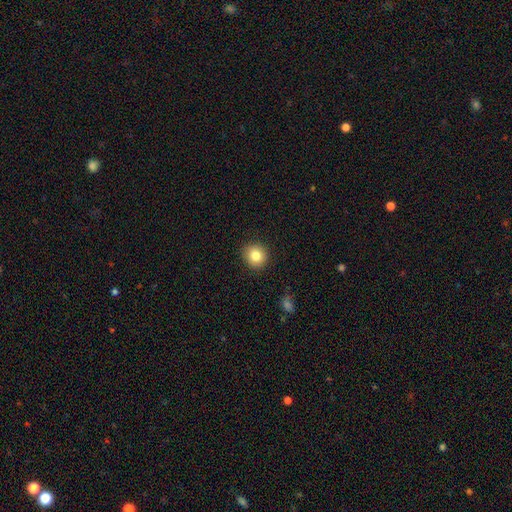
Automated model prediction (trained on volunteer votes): Smooth or featured: smooth — 82% (star or artifact — 10%)
How rounded: round — 88% (in between — 11%)
Merging: none — 91% (minor disturbance — 6%)